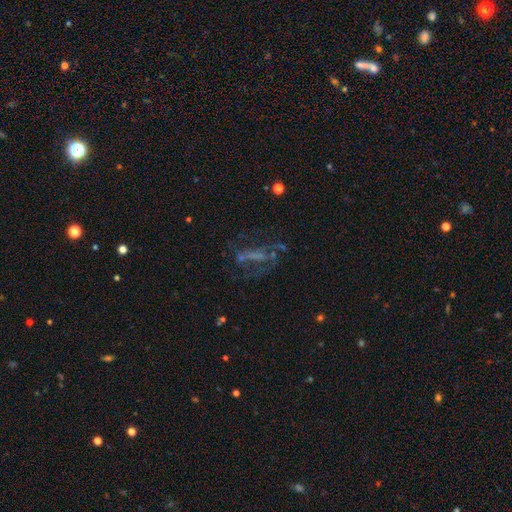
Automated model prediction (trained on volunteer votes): A featured or disk galaxy (51%). Merging: none (45%).